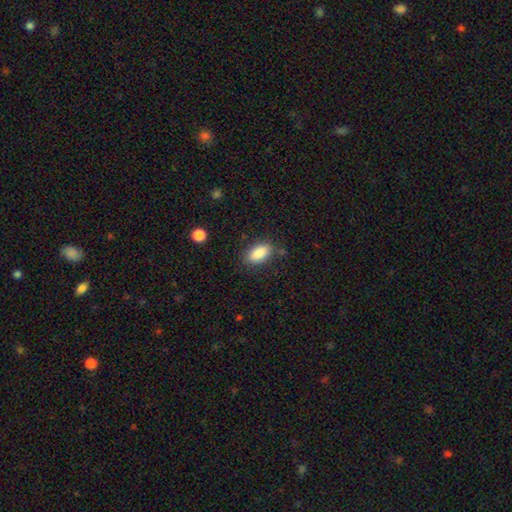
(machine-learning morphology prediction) This is clearly a smooth galaxy (86%). How rounded: clearly in between (89%). Merging: clearly none (84%).